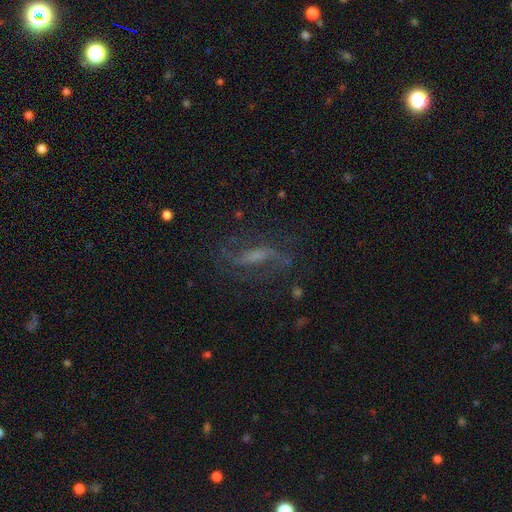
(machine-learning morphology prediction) Q: Smooth or featured?
A: featured or disk (73%); runner-up: smooth (14%)
Q: Edge-on disk?
A: no (87%); runner-up: yes (13%)
Q: Bar?
A: weak (41%); runner-up: strong (36%)
Q: Spiral arms?
A: yes (90%); runner-up: no (10%)
Q: Spiral winding?
A: loose (51%); runner-up: medium (37%)
Q: Spiral arm count?
A: 2 (84%); runner-up: can't tell (8%)
Q: Bulge size?
A: none (32%); tied with: small (32%)
Q: Merging?
A: none (68%); runner-up: minor disturbance (16%)